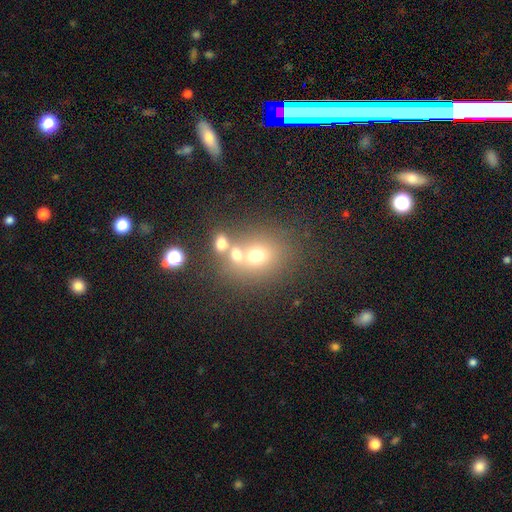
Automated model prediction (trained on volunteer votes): This appears to be a smooth galaxy with no disk features (65%) that is round (64%). Merging: merger (43%).